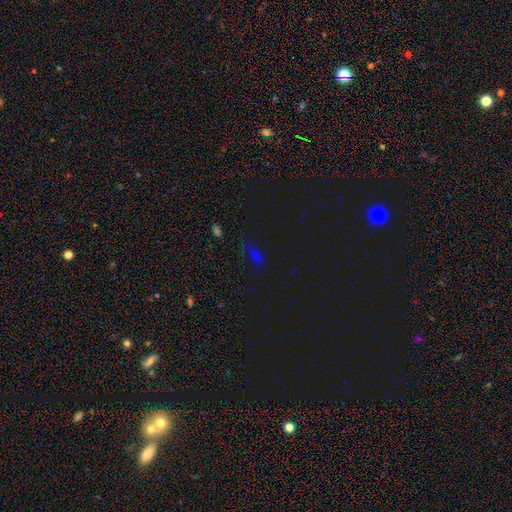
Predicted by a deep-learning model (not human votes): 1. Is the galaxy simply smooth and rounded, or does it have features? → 52% smooth, 38% star or artifact, 10% featured or disk.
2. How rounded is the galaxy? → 80% in between, 12% round, 8% cigar-shaped.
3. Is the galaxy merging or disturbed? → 60% none, 23% minor disturbance, 13% major disturbance, 4% merger.